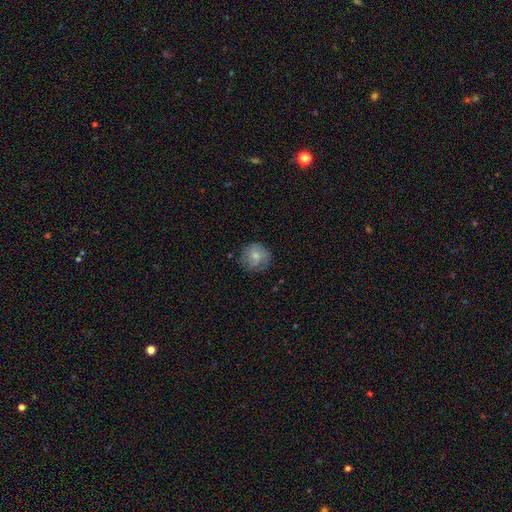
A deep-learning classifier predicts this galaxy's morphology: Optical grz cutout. It shows a smooth galaxy with no disk features (68%) that is round (89%). Merging: none (71%).